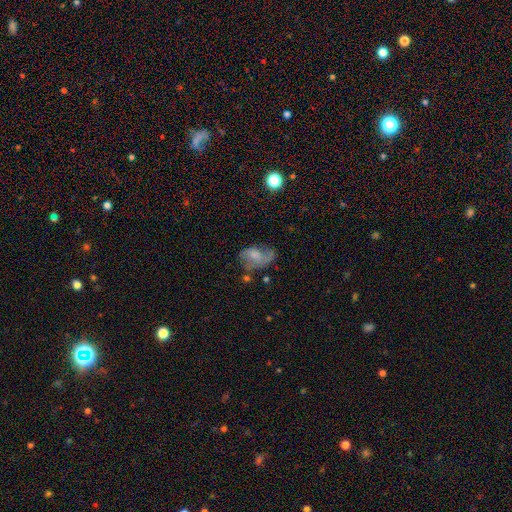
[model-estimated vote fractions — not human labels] Morphology: type=smooth (47%); merging=none (39%).